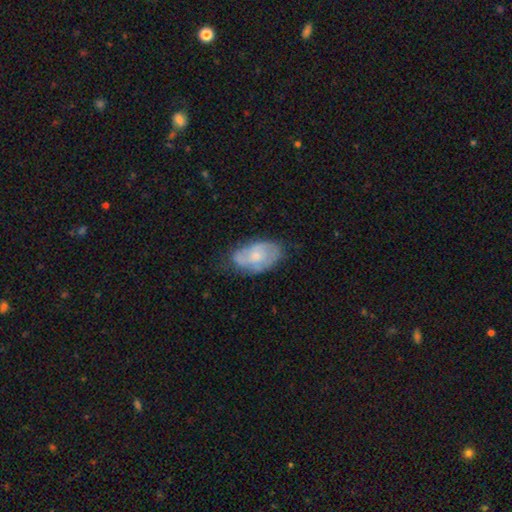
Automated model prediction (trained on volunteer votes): Smooth or featured? Predicted: featured or disk (p=0.49). Merging? Predicted: none (p=0.59).